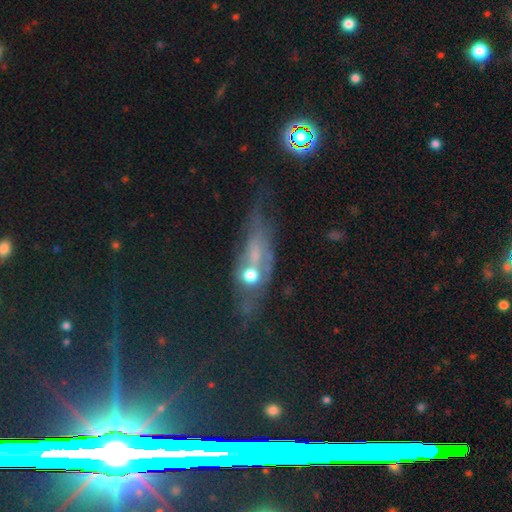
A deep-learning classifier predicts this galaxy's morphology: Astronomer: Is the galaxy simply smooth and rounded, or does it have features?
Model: featured or disk — 38% (runner-up: smooth, 35%).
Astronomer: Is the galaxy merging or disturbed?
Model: none — 39% (runner-up: minor disturbance, 21%).